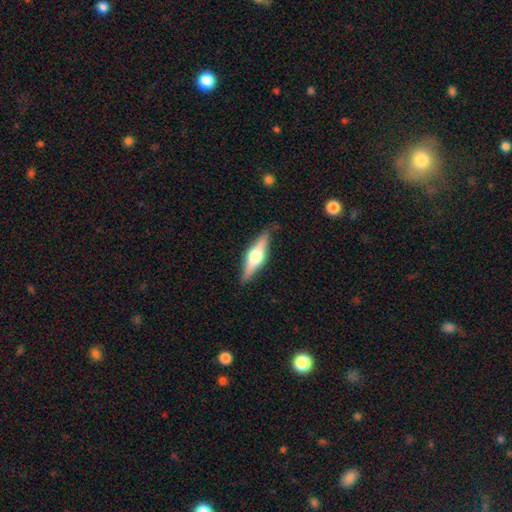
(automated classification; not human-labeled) A featured or disk galaxy (71%) viewed edge-on (97%) with a rounded central bulge (93%).

Vote fractions:
- Smooth or featured? featured or disk: 71% / smooth: 23% / star or artifact: 6%
- Edge-on disk? yes: 97% / no: 3%
- Edge-on bulge? rounded: 93% / boxy: 5% / none: 2%
- Merging? none: 88% / minor disturbance: 9% / major disturbance: 2% / merger: 1%